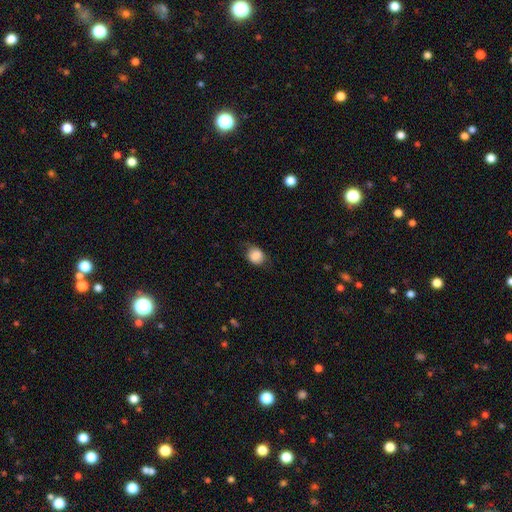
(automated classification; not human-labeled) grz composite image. It shows a smooth galaxy with no disk features (84%) that is round (62%). Merging: none (66%).